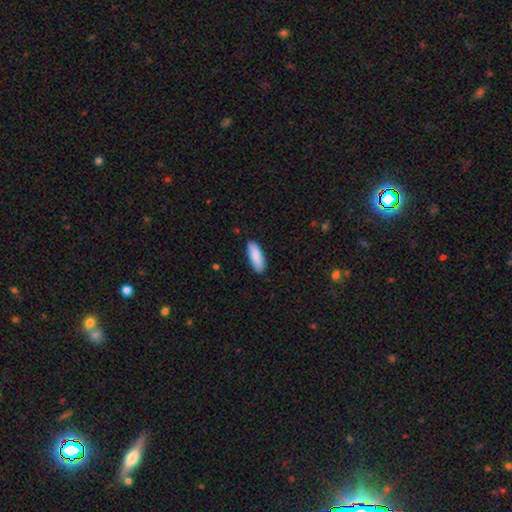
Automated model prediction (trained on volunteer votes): Smooth or featured?
  - smooth: 89% *
  - star or artifact: 5%
  - featured or disk: 5%
How rounded?
  - in between: 66% *
  - cigar-shaped: 33%
  - round: 2%
Merging?
  - none: 87% *
  - minor disturbance: 10%
  - major disturbance: 2%
  - merger: 1%